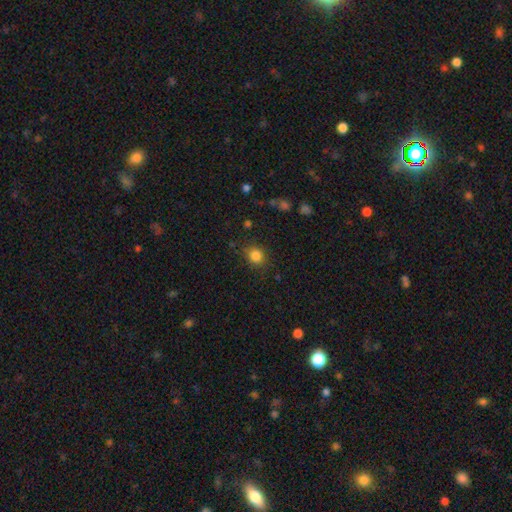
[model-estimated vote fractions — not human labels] Q: Smooth or featured?
A: smooth (83%); runner-up: star or artifact (12%)
Q: How rounded?
A: round (71%); runner-up: in between (28%)
Q: Merging?
A: none (82%); runner-up: minor disturbance (12%)